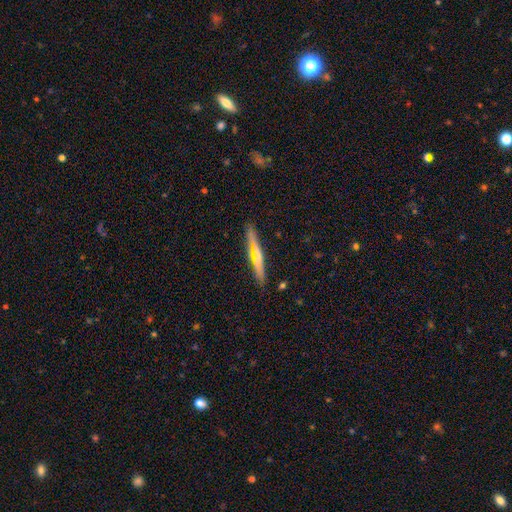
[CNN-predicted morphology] Overall: featured or disk (46%, tied with smooth). Merging: none (85%).